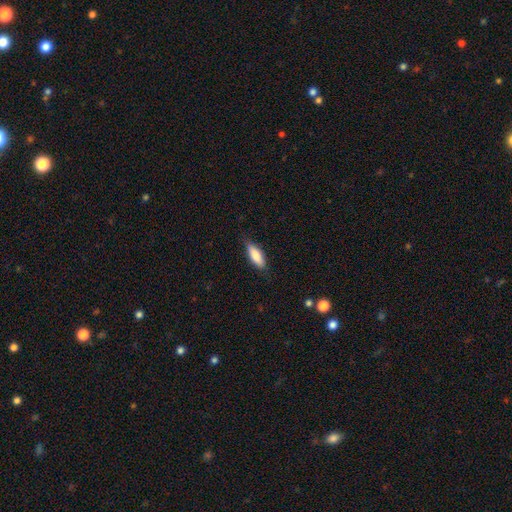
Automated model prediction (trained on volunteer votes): Q: Smooth or featured?
A: smooth (82%); runner-up: featured or disk (12%)
Q: How rounded?
A: in between (69%); runner-up: cigar-shaped (29%)
Q: Merging?
A: none (77%); runner-up: minor disturbance (18%)